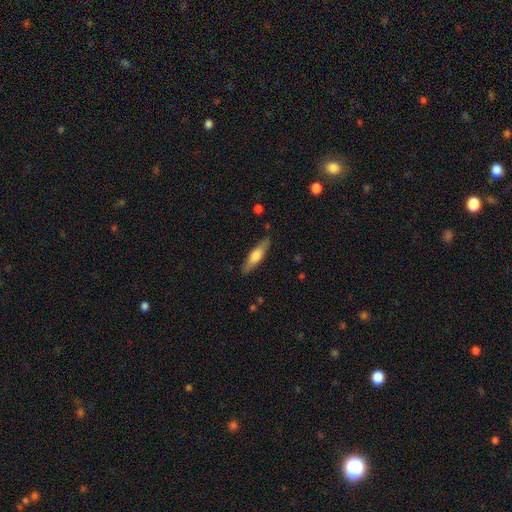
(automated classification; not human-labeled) Smooth or featured? Predicted: smooth (p=0.53). How rounded? Predicted: cigar-shaped (p=0.70). Merging? Predicted: none (p=0.87).